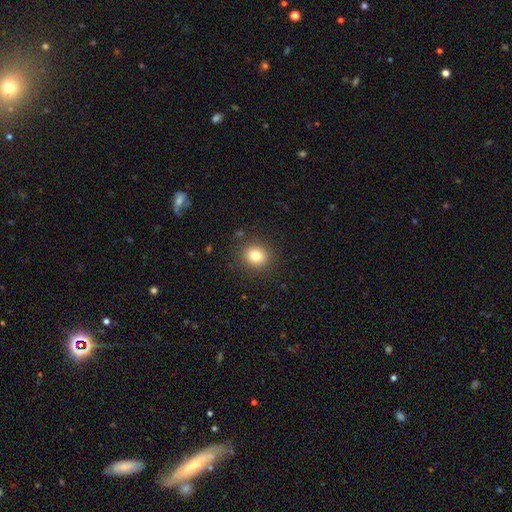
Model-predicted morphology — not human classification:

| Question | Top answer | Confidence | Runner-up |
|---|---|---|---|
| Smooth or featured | smooth | 80% | star or artifact (12%) |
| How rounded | round | 81% | in between (18%) |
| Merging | none | 89% | minor disturbance (7%) |